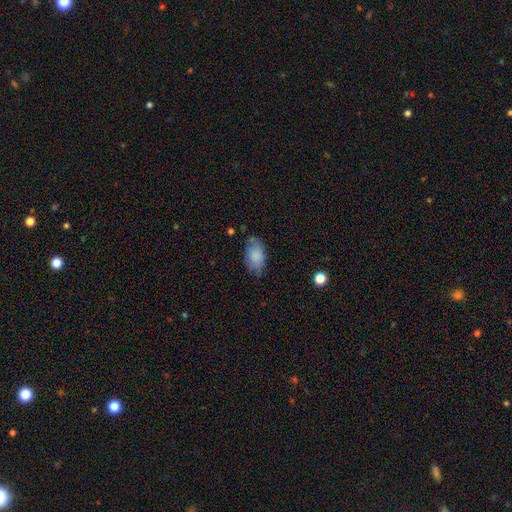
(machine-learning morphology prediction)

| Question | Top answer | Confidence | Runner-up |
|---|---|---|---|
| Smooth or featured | smooth | 84% | featured or disk (9%) |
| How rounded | in between | 93% | round (5%) |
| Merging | none | 68% | minor disturbance (23%) |